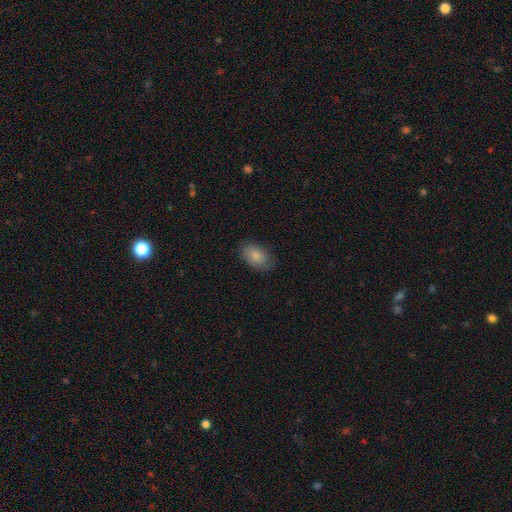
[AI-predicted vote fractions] Morphology: type=smooth (84%); roundness=in between (90%); merging=none (78%).